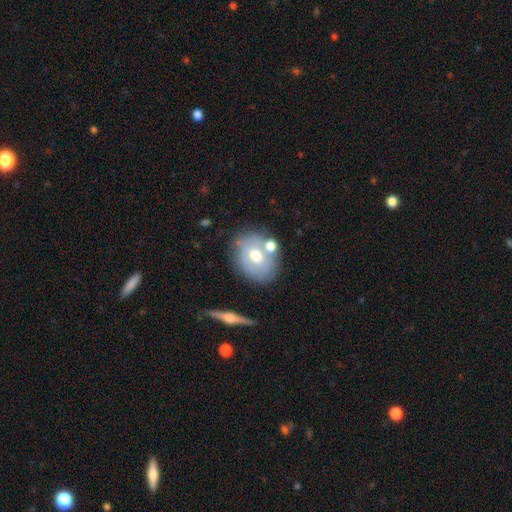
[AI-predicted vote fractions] smooth_or_featured: smooth (p=0.50) [alt: featured or disk p=0.42]
merging: none (p=0.62) [alt: merger p=0.18]